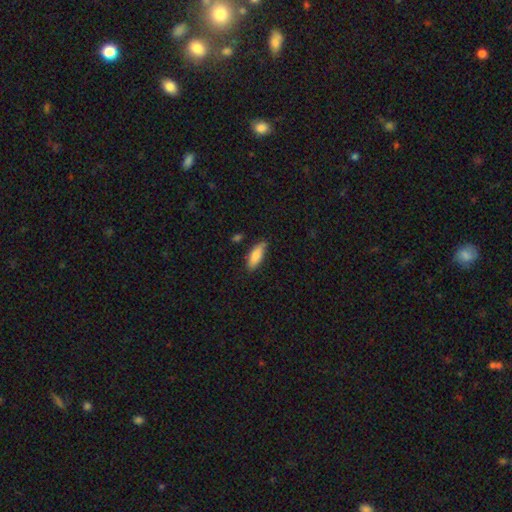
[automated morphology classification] smooth_or_featured: smooth (p=0.81) [alt: featured or disk p=0.12]
how_rounded: in between (p=0.66) [alt: cigar-shaped p=0.32]
merging: none (p=0.73) [alt: minor disturbance p=0.22]